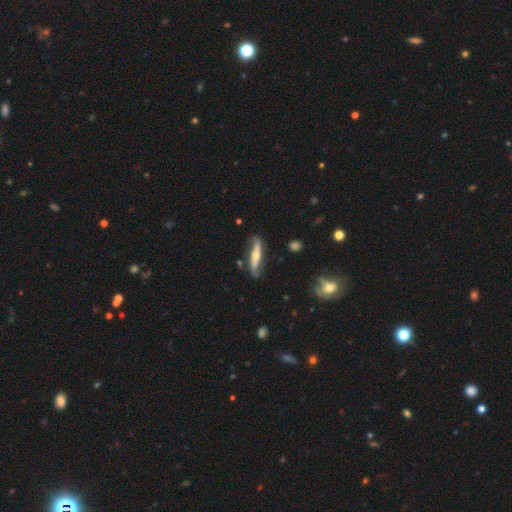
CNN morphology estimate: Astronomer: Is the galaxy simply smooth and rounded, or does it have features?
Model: featured or disk — 52% (runner-up: smooth, 42%).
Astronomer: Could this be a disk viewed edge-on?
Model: yes — 61% (runner-up: no, 39%).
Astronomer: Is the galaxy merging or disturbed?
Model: none — 72%.